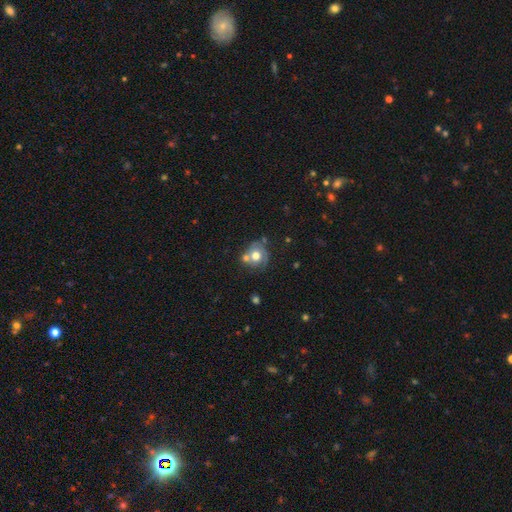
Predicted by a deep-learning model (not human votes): Smooth or featured? smooth (50%)
Merging? none (43%)